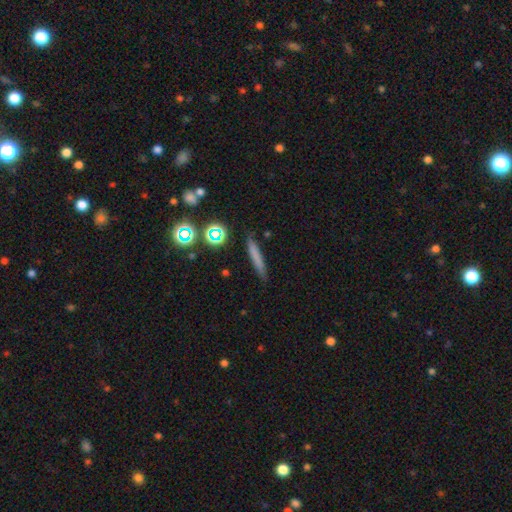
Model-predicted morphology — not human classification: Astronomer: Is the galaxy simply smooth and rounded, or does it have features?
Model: smooth — 67%.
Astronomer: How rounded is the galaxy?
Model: cigar-shaped — 92%.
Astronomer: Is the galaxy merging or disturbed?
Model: none — 83%.